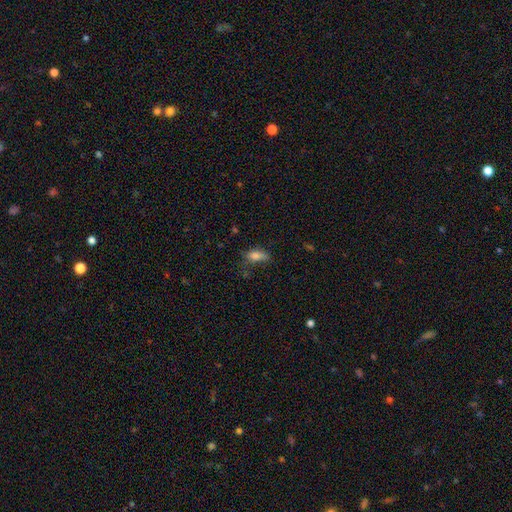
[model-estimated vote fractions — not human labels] smooth_or_featured: smooth (p=0.78) [alt: star or artifact p=0.11]
how_rounded: in between (p=0.84) [alt: cigar-shaped p=0.08]
merging: none (p=0.46) [alt: minor disturbance p=0.33]